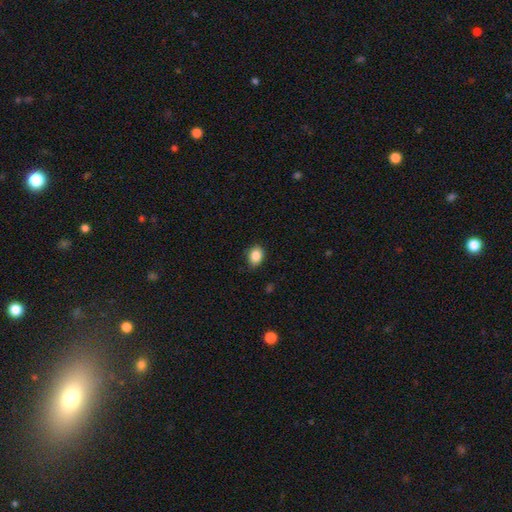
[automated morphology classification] smooth-or-featured: smooth: 86% | star or artifact: 9% | featured or disk: 5%
  how-rounded: in between: 63% | round: 36% | cigar-shaped: 1%
  merging: none: 82% | minor disturbance: 14% | major disturbance: 3% | merger: 1%